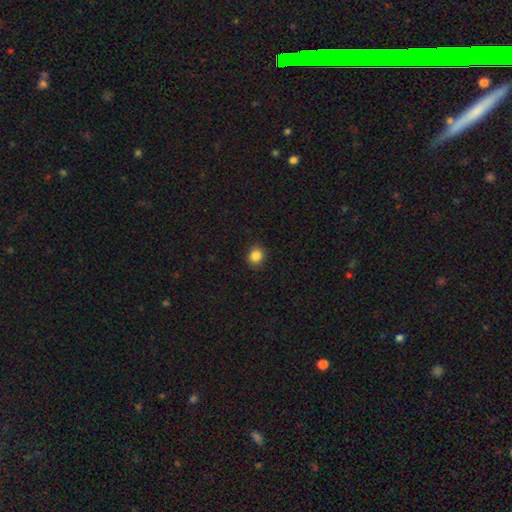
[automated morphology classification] Smooth or featured: smooth — 86% (star or artifact — 11%)
How rounded: round — 80% (in between — 19%)
Merging: none — 90% (minor disturbance — 7%)